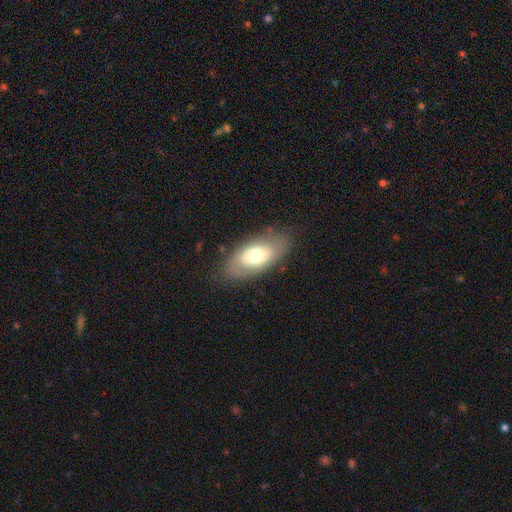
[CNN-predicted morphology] The model was most divided on "smooth or featured": smooth: 57%, featured or disk: 36%, star or artifact: 7%. More confident: how rounded — in between (91%); merging — none (79%).